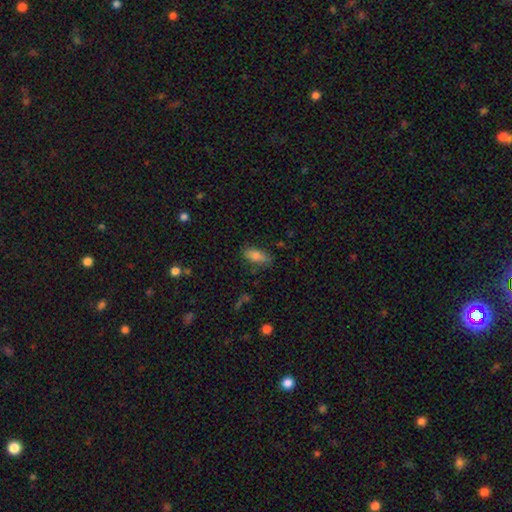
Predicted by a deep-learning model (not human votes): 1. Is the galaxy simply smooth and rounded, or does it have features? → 81% smooth, 11% featured or disk, 8% star or artifact.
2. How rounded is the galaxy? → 81% in between, 16% cigar-shaped, 3% round.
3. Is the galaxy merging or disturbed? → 76% none, 17% minor disturbance, 4% major disturbance, 2% merger.